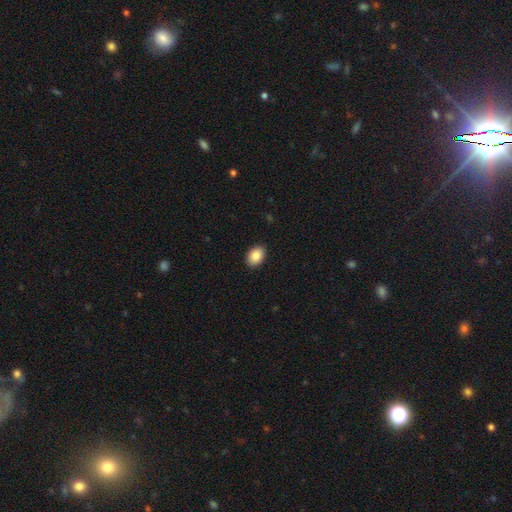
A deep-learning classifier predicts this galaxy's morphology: Smooth or featured? Predicted: smooth (p=0.87). How rounded? Predicted: in between (p=0.82). Merging? Predicted: none (p=0.91).